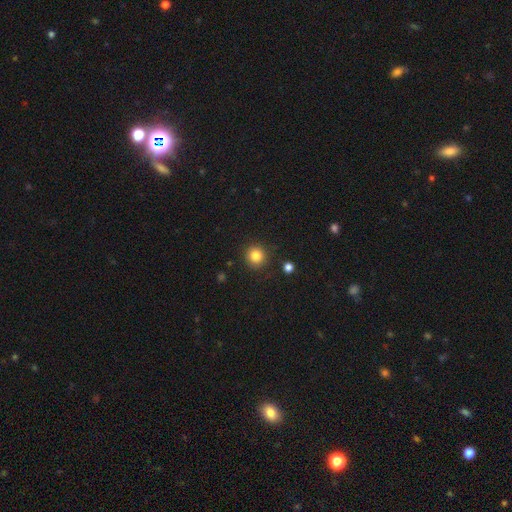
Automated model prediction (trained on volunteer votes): This appears to be a smooth galaxy with no disk features (83%) that is round (93%). Merging: none (89%).